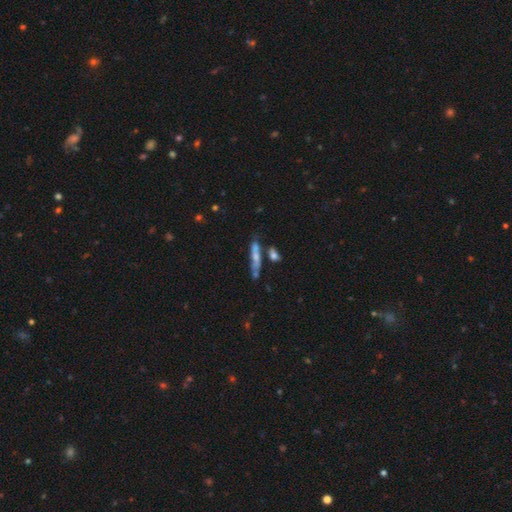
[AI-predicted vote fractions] A smooth galaxy with no disk features (54%) that is cigar-shaped (79%).

Vote fractions:
- Smooth or featured? smooth: 54% / featured or disk: 36% / star or artifact: 10%
- How rounded? cigar-shaped: 79% / in between: 18% / round: 3%
- Merging? none: 49% / merger: 22% / minor disturbance: 20% / major disturbance: 9%